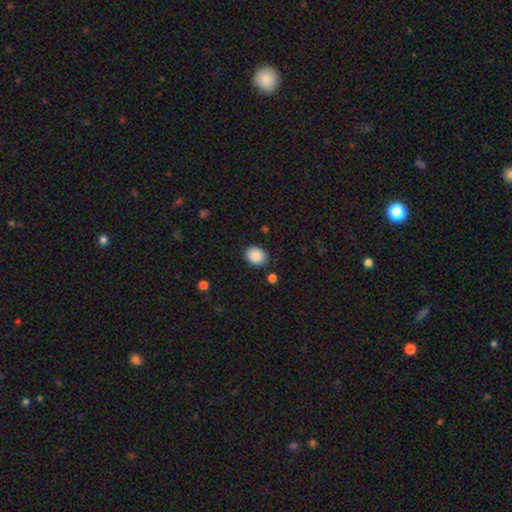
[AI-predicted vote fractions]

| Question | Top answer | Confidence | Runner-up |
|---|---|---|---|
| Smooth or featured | smooth | 89% | star or artifact (8%) |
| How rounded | round | 56% | in between (43%) |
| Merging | none | 87% | minor disturbance (9%) |